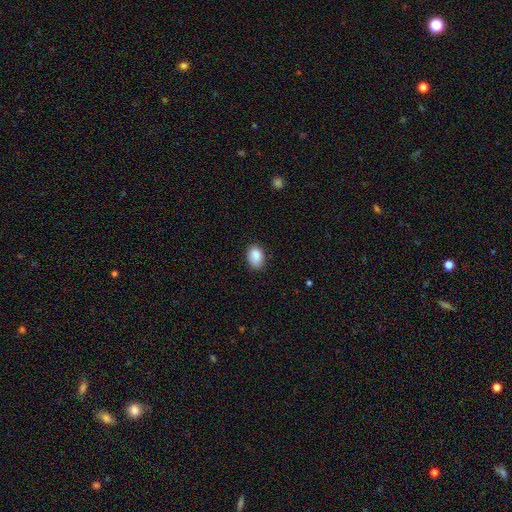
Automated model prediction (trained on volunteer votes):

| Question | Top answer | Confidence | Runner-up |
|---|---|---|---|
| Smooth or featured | smooth | 88% | star or artifact (7%) |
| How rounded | in between | 83% | round (16%) |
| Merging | none | 82% | minor disturbance (15%) |